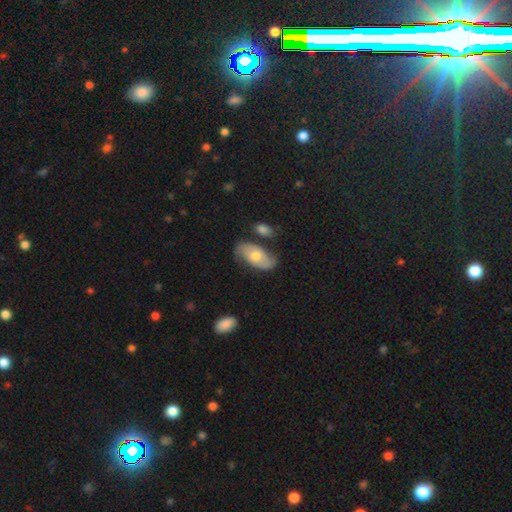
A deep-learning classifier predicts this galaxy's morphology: A featured or disk galaxy (48%).

Vote fractions:
- Smooth or featured? featured or disk: 48% / smooth: 46% / star or artifact: 6%
- Merging? none: 65% / minor disturbance: 20% / merger: 8% / major disturbance: 7%